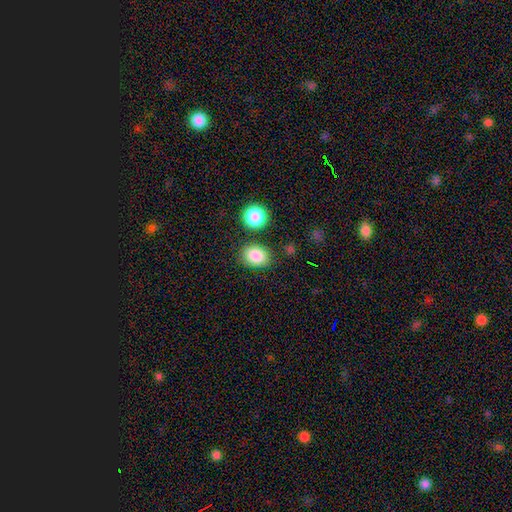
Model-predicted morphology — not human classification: smooth_or_featured: smooth (p=0.85) [alt: star or artifact p=0.09]
how_rounded: in between (p=0.57) [alt: round p=0.42]
merging: none (p=0.79) [alt: minor disturbance p=0.11]